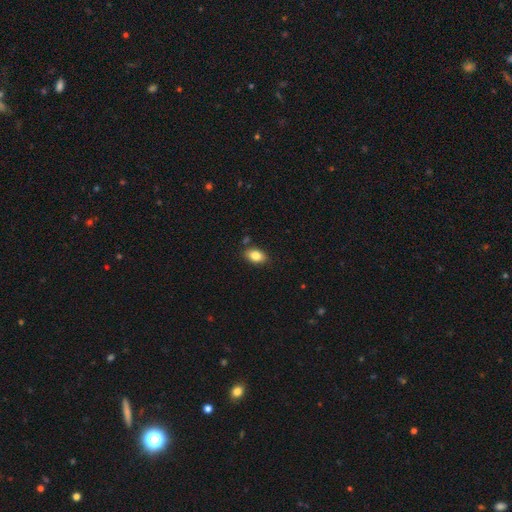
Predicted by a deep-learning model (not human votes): Smooth or featured: smooth — 84% (featured or disk — 8%)
How rounded: in between — 88% (round — 11%)
Merging: none — 84% (minor disturbance — 11%)